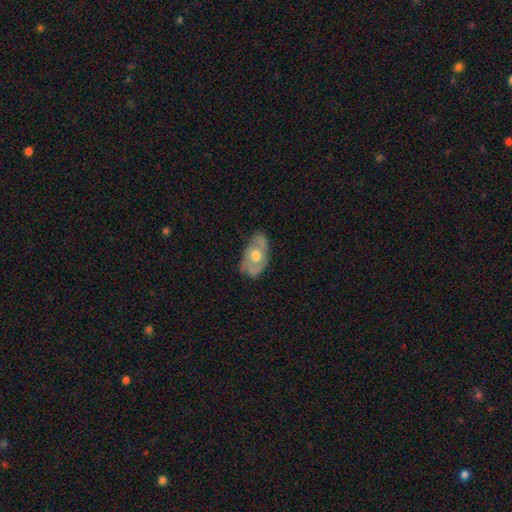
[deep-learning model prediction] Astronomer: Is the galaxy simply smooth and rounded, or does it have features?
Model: featured or disk — 57% (runner-up: smooth, 37%).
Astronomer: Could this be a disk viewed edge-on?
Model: no — 89%.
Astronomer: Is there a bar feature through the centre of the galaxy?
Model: no — 84%.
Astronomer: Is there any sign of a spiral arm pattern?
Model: no — 57% (runner-up: yes, 43%).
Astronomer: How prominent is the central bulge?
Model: moderate — 71%.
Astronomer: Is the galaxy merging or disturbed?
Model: none — 70%.